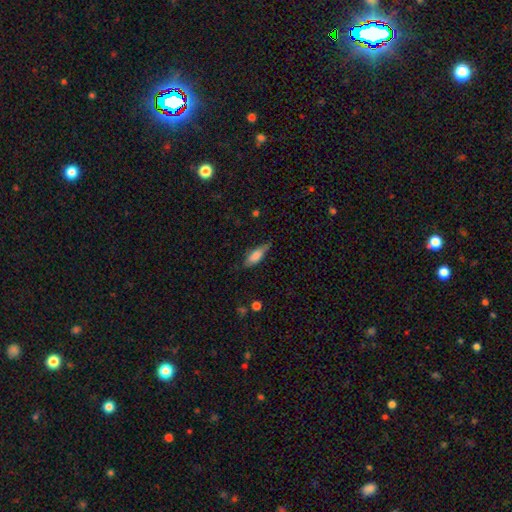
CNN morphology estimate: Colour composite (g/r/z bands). It shows a smooth galaxy with no disk features (74%) that is in between round and cigar-shaped (55%). Merging: none (70%).